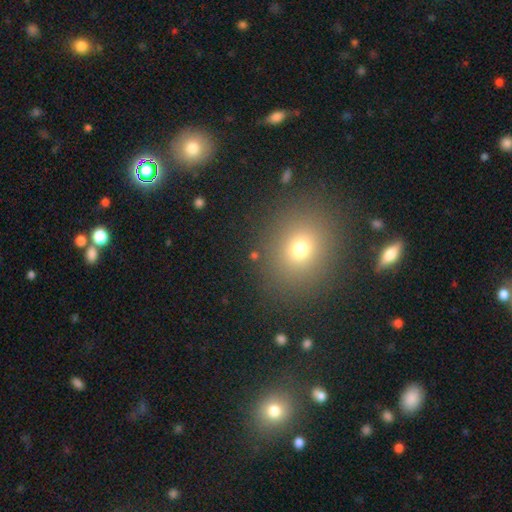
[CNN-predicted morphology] Smooth or featured? Predicted: smooth (p=0.68). How rounded? Predicted: round (p=0.72). Merging? Predicted: none (p=0.85).